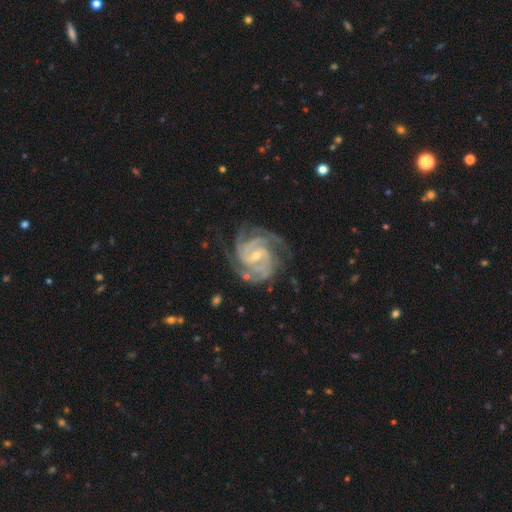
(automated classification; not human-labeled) featured or disk 93%, star or artifact 4%, smooth 3%. Down the decision tree: edge-on disk — no (98%); bar — weak (47%); spiral arms — yes (99%); spiral arm count — 3 (34%); spiral winding — tight (68%); bulge size — small (63%); merging — none (74%).